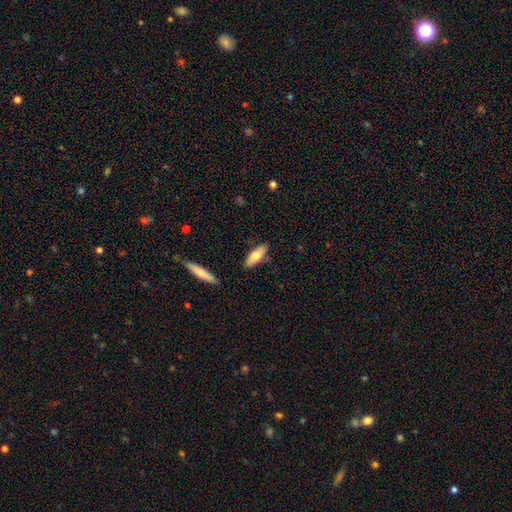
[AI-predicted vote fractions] Q: Smooth or featured?
A: smooth (69%); runner-up: featured or disk (25%)
Q: How rounded?
A: in between (55%); runner-up: cigar-shaped (43%)
Q: Merging?
A: none (85%); runner-up: minor disturbance (11%)